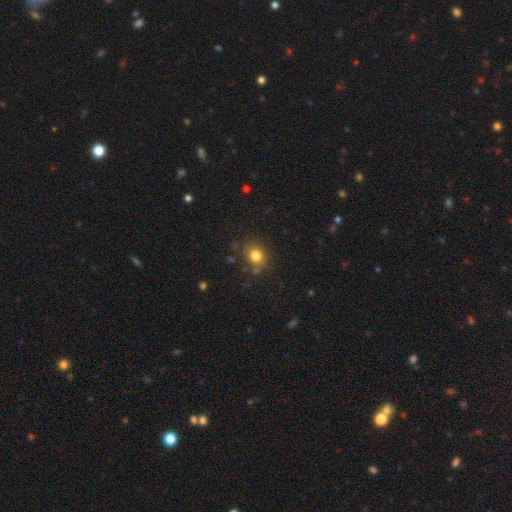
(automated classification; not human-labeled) smooth-or-featured: smooth: 80% | star or artifact: 12% | featured or disk: 8%
  how-rounded: round: 68% | in between: 31% | cigar-shaped: 1%
  merging: none: 79% | minor disturbance: 13% | merger: 5% | major disturbance: 4%